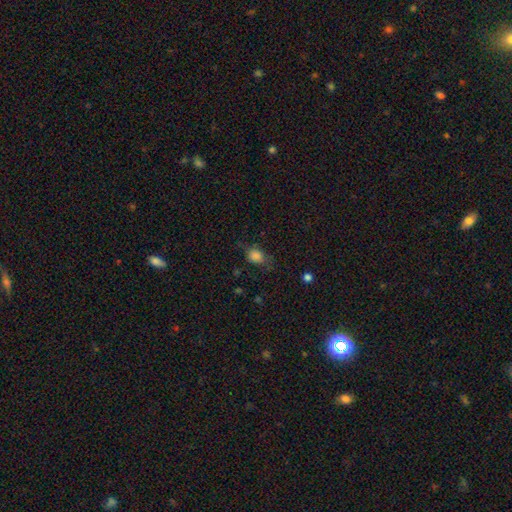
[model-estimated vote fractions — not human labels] Morphology: type=smooth (81%); roundness=in between (51%); merging=none (56%).